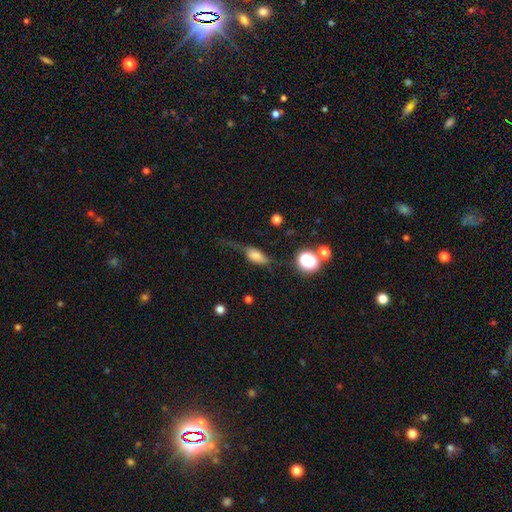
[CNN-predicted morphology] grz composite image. It shows a smooth galaxy with no disk features (60%) that is in between round and cigar-shaped (77%). Merging: major disturbance (38%).